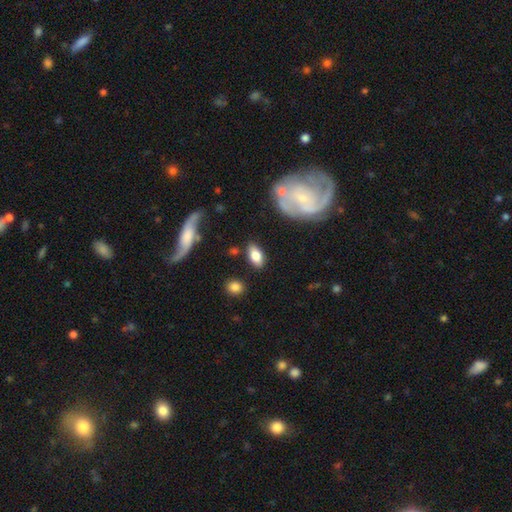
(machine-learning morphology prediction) A smooth galaxy with no disk features (75%) that is in between round and cigar-shaped (90%). Merging: none (79%).